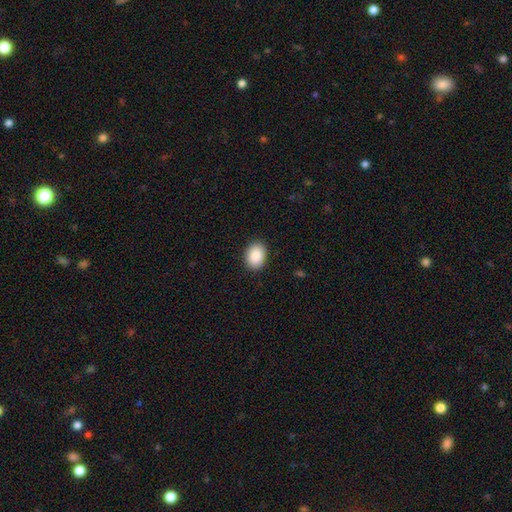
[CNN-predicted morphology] The model was most divided on "how rounded": in between: 72%, round: 28%, cigar-shaped: 1%. More confident: smooth or featured — smooth (90%); merging — none (89%).